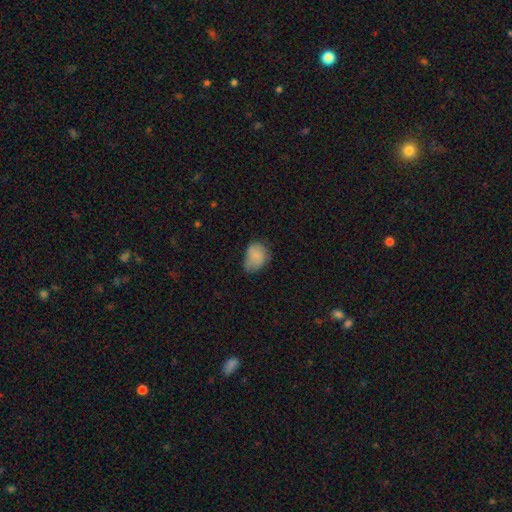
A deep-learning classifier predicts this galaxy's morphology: Overall: smooth (80%). How rounded: in between (63%; round 36%). Merging: none (46%; minor disturbance 40%).